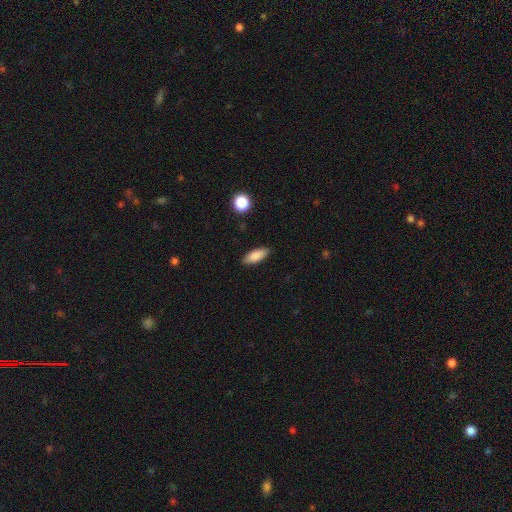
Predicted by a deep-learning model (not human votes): Smooth or featured?
  - smooth: 85% *
  - featured or disk: 8%
  - star or artifact: 7%
How rounded?
  - in between: 72% *
  - cigar-shaped: 25%
  - round: 2%
Merging?
  - none: 87% *
  - minor disturbance: 10%
  - major disturbance: 2%
  - merger: 1%